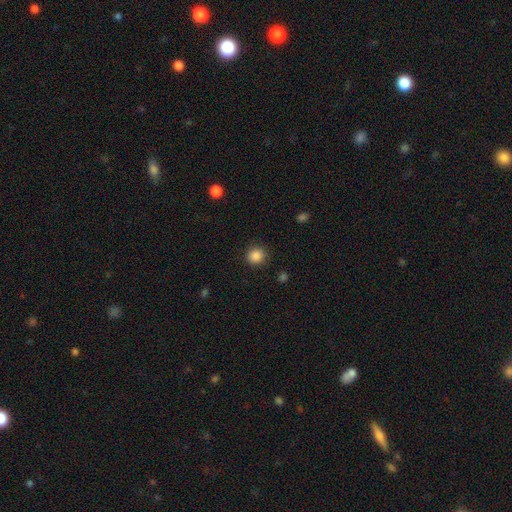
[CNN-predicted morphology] A smooth galaxy with no disk features (87%) that is round (83%).

Vote fractions:
- Smooth or featured? smooth: 87% / star or artifact: 10% / featured or disk: 3%
- How rounded? round: 83% / in between: 16% / cigar-shaped: 1%
- Merging? none: 88% / minor disturbance: 8% / major disturbance: 3% / merger: 1%